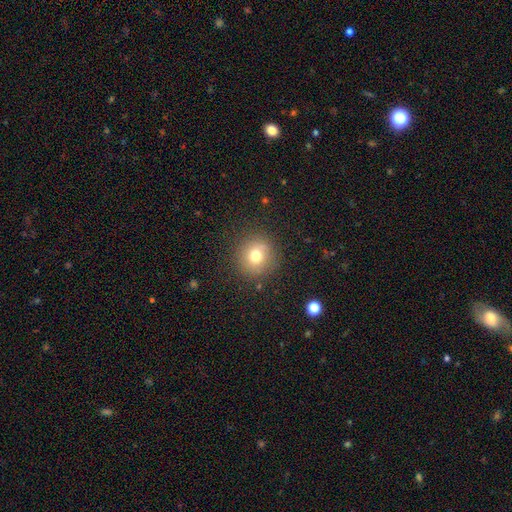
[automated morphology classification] smooth_or_featured: smooth (p=0.73) [alt: star or artifact p=0.14]
how_rounded: round (p=0.92) [alt: in between p=0.07]
merging: none (p=0.86) [alt: minor disturbance p=0.09]